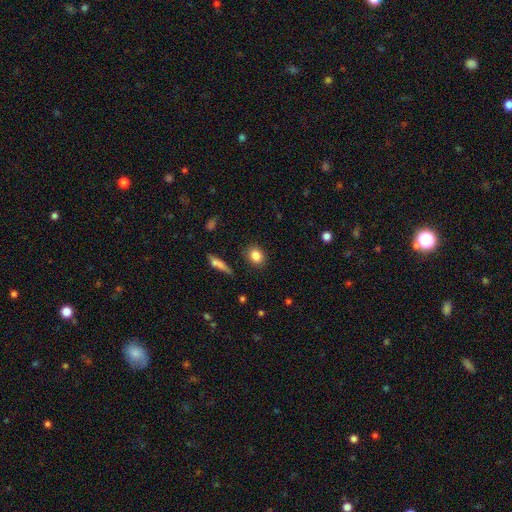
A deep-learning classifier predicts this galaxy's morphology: This is clearly a smooth galaxy (84%). How rounded: possibly round (55%). Merging: clearly none (87%).